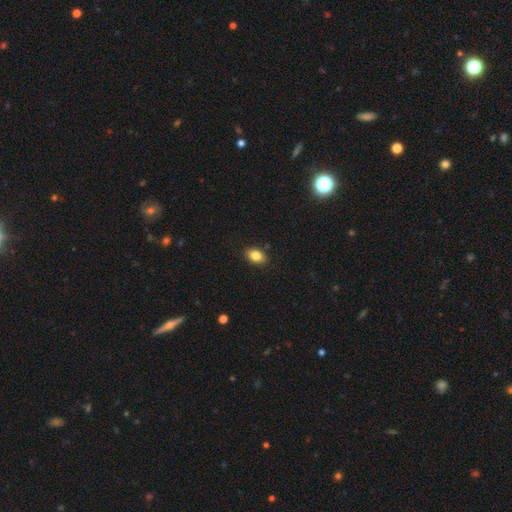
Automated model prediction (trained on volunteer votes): Smooth or featured?
  - smooth: 84% *
  - star or artifact: 9%
  - featured or disk: 8%
How rounded?
  - in between: 83% *
  - round: 16%
  - cigar-shaped: 1%
Merging?
  - none: 88% *
  - minor disturbance: 9%
  - major disturbance: 2%
  - merger: 2%